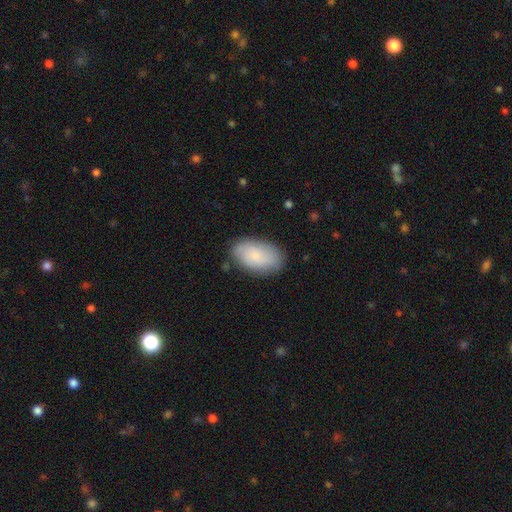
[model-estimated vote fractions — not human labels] smooth_or_featured: smooth (p=0.80) [alt: featured or disk p=0.14]
how_rounded: in between (p=0.94) [alt: round p=0.04]
merging: none (p=0.81) [alt: minor disturbance p=0.14]